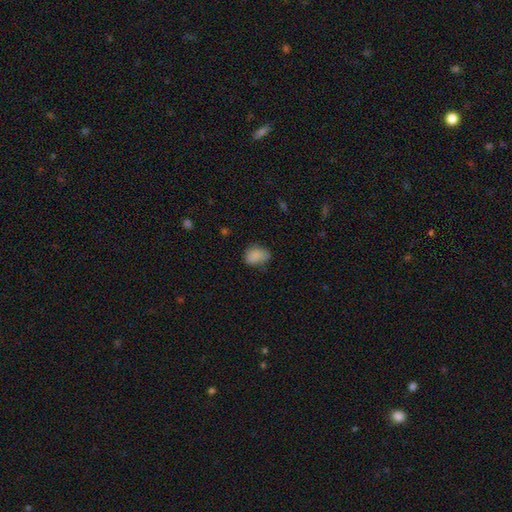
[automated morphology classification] type=smooth (85%); roundness=in between (76%); merging=none (58%).